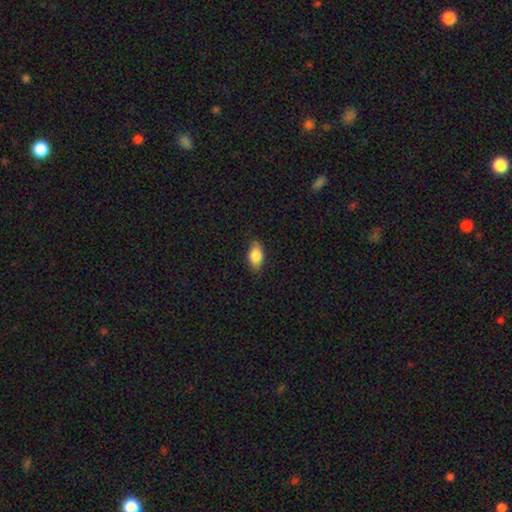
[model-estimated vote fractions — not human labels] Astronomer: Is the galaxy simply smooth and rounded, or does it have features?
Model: smooth — 83%.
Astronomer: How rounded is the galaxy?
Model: in between — 89%.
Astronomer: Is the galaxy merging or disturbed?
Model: none — 83%.